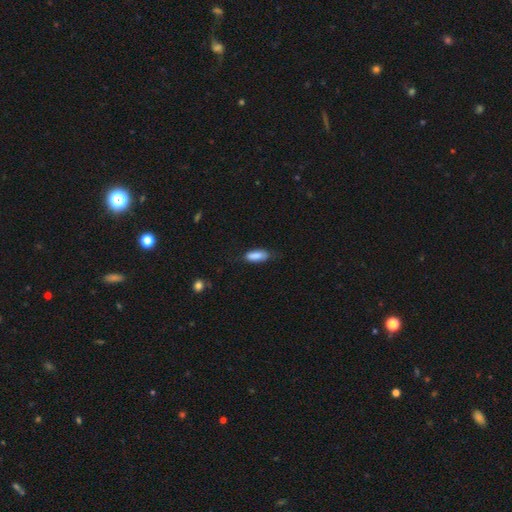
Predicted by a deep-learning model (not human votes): The model was most divided on "merging": none: 70%, minor disturbance: 23%, major disturbance: 5%, merger: 2%. More confident: smooth or featured — smooth (86%); how rounded — in between (73%).